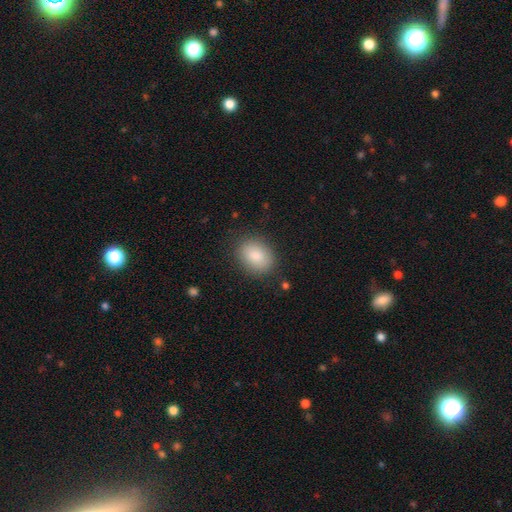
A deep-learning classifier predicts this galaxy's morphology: Smooth or featured? smooth (86%)
How rounded? in between (67%)
Merging? none (84%)